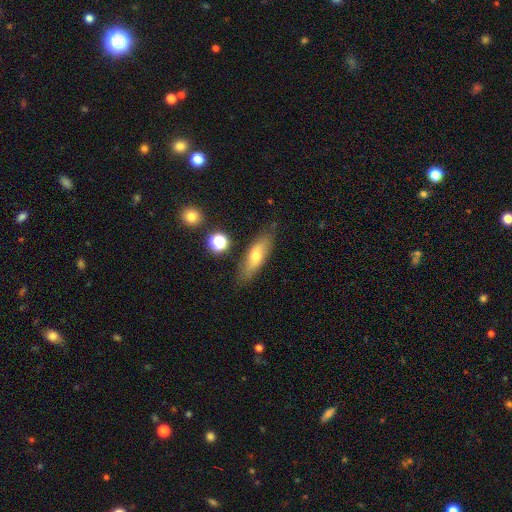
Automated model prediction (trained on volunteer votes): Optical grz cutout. It shows a smooth galaxy with no disk features (57%) that is cigar-shaped (49%). Merging: none (81%).